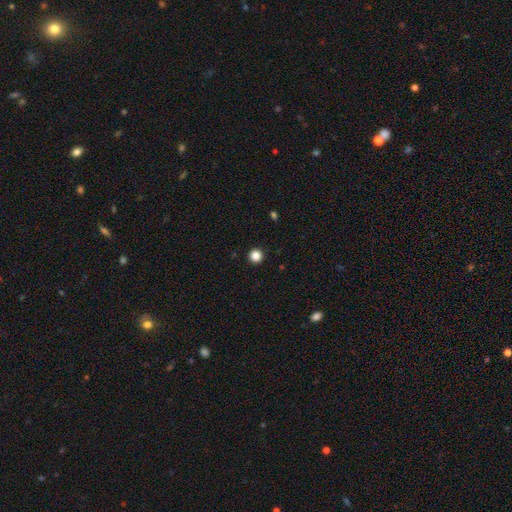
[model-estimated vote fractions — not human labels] Smooth or featured: smooth — 85% (star or artifact — 12%)
How rounded: round — 96% (in between — 3%)
Merging: none — 94% (minor disturbance — 4%)